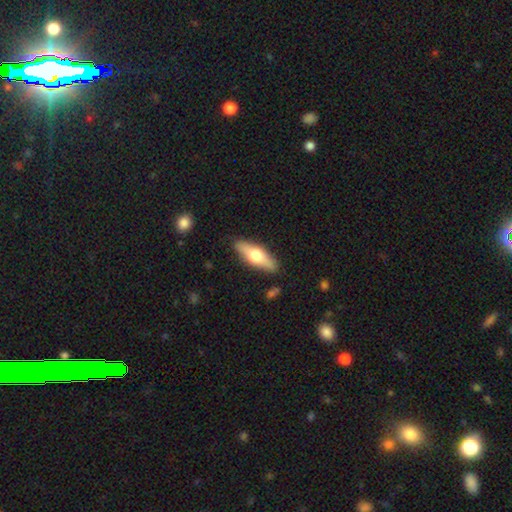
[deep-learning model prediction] Smooth or featured? Predicted: smooth (p=0.51). How rounded? Predicted: in between (p=0.54). Merging? Predicted: none (p=0.87).